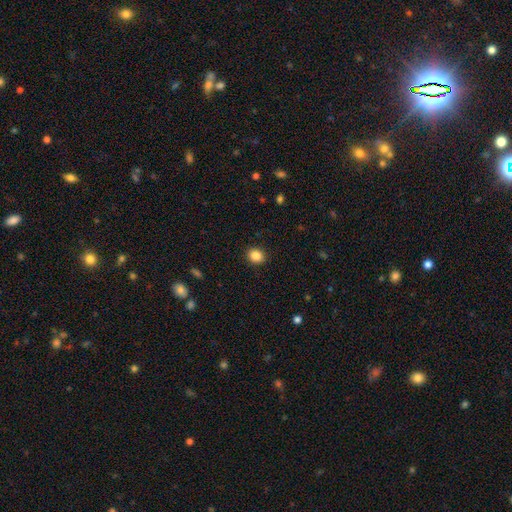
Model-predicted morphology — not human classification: smooth 87%, star or artifact 10%, featured or disk 4%. Down the decision tree: how rounded — round (65%); merging — none (91%).